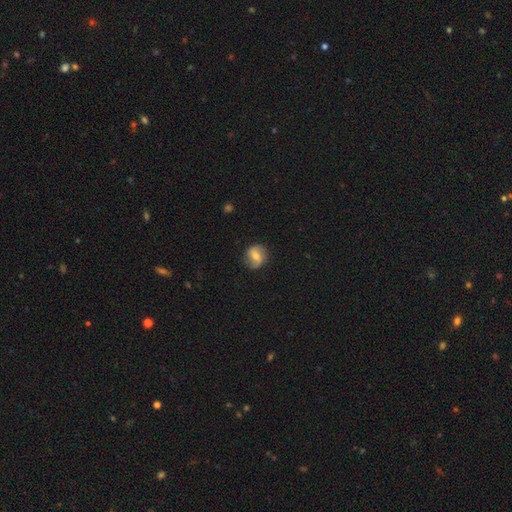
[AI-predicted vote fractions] A featured or disk galaxy (57%) with a weak bar (43%), spiral arms (81%) and a moderate central bulge (55%).

Vote fractions:
- Smooth or featured? featured or disk: 57% / smooth: 35% / star or artifact: 8%
- Edge-on disk? no: 96% / yes: 4%
- Bar? weak: 43% / strong: 32% / no: 24%
- Spiral arms? yes: 81% / no: 19%
- Bulge size? moderate: 55% / small: 38% / large: 3% / none: 3% / dominant: 1%
- Merging? none: 81% / minor disturbance: 13% / major disturbance: 4% / merger: 1%